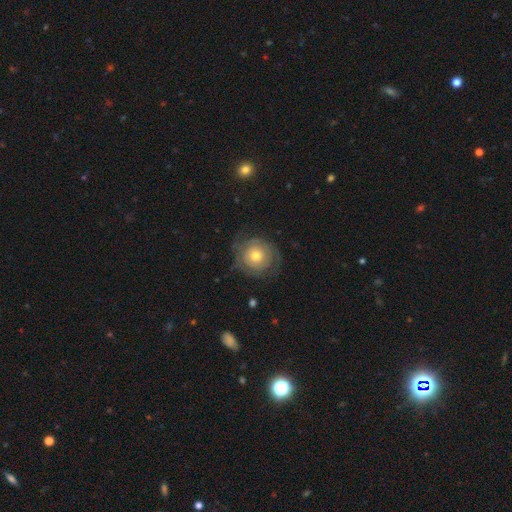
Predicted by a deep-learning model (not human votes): This is possibly a featured or disk galaxy (58%). It is clearly not viewed edge-on (97%). Bar: clearly no (85%). Spiral arm pattern: likely yes (72%). Central bulge: possibly moderate (60%). Merging: likely none (72%).